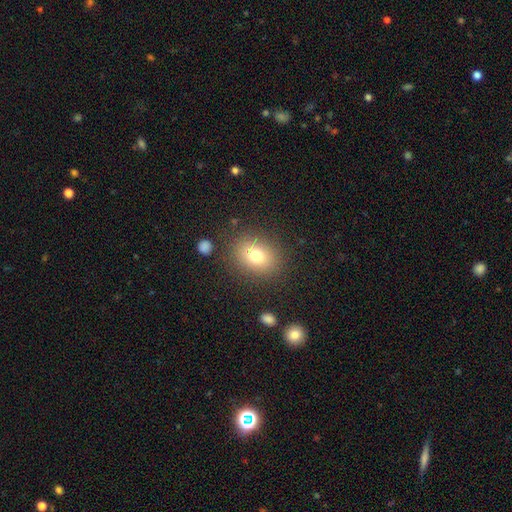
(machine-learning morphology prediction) type=smooth (76%); roundness=in between (51%); merging=none (83%).